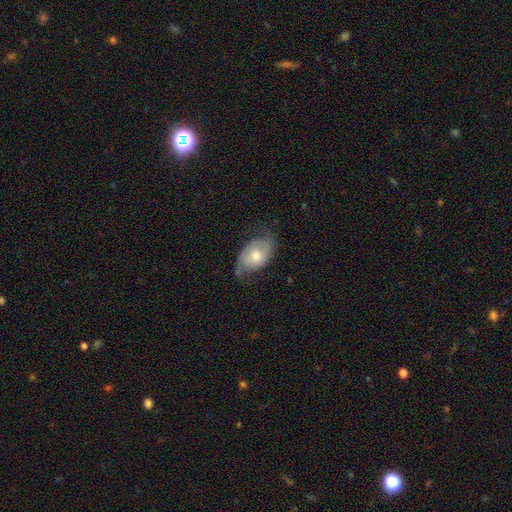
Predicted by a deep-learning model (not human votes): This appears to be a featured or disk galaxy (58%) with no bar (70%), spiral arms (81%) and a moderate central bulge (69%). Merging: none (55%).